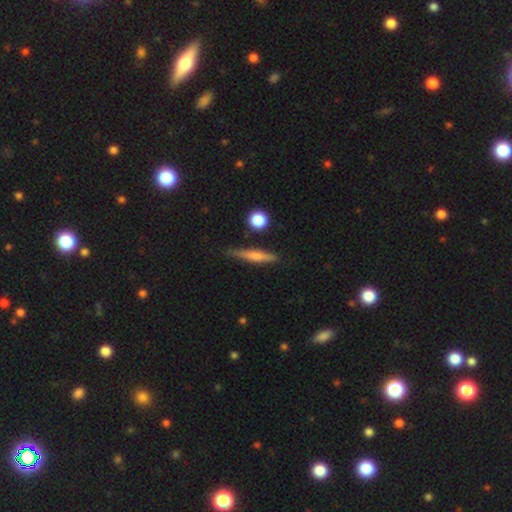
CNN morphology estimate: This appears to be a smooth galaxy with no disk features (51%) that is cigar-shaped (86%). Merging: none (81%).